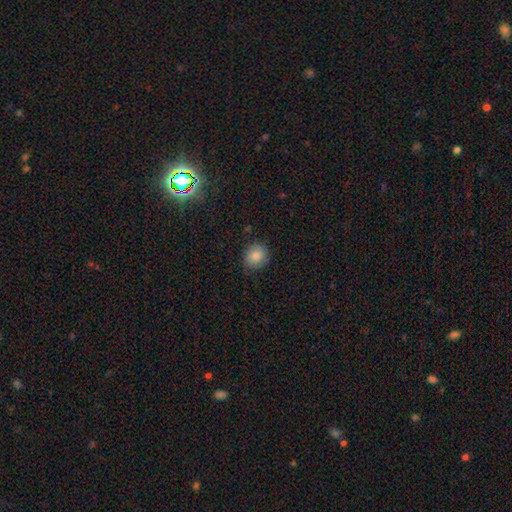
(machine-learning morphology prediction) smooth-or-featured: smooth: 84% | star or artifact: 9% | featured or disk: 7%
  how-rounded: round: 82% | in between: 18% | cigar-shaped: 1%
  merging: none: 83% | minor disturbance: 14% | major disturbance: 3% | merger: 1%